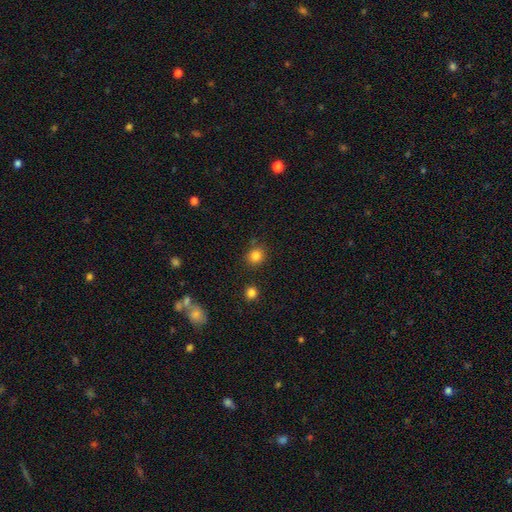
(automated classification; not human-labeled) smooth 84%, star or artifact 11%, featured or disk 5%. Down the decision tree: how rounded — round (81%); merging — none (81%).